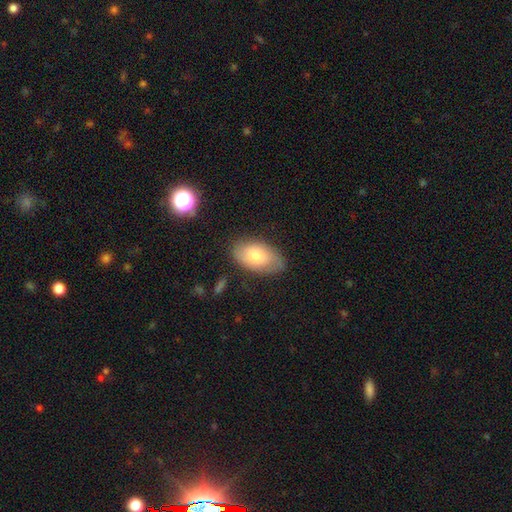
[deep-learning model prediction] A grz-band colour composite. It shows a smooth galaxy with no disk features (70%) that is in between round and cigar-shaped (93%). Merging: none (74%).